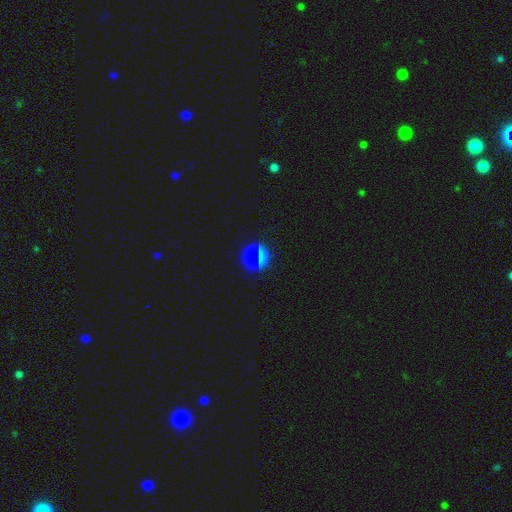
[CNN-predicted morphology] A smooth galaxy with no disk features (55%) that is round (89%).

Vote fractions:
- Smooth or featured? smooth: 55% / star or artifact: 37% / featured or disk: 9%
- How rounded? round: 89% / in between: 9% / cigar-shaped: 2%
- Merging? none: 85% / minor disturbance: 8% / merger: 4% / major disturbance: 3%